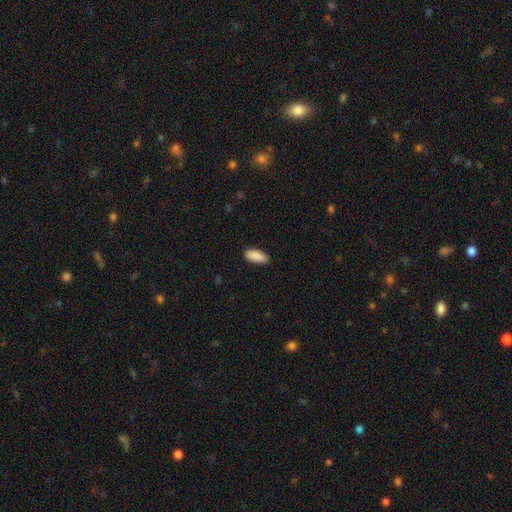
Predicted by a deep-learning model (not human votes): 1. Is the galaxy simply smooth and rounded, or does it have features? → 91% smooth, 6% star or artifact, 4% featured or disk.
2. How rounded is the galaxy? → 86% in between, 12% cigar-shaped, 2% round.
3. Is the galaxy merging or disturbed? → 88% none, 9% minor disturbance, 2% major disturbance, 1% merger.